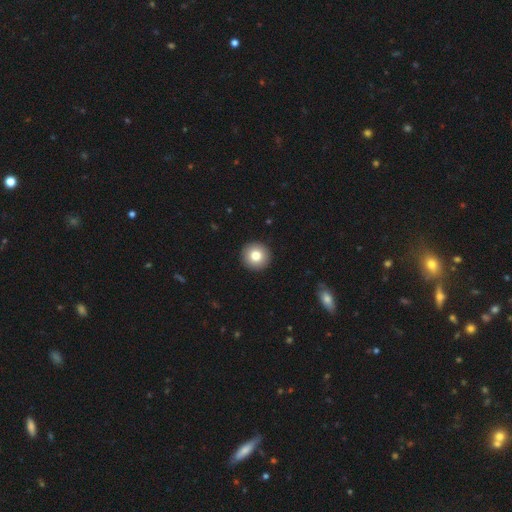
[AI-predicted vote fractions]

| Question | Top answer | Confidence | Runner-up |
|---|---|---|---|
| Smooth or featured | smooth | 81% | featured or disk (11%) |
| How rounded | round | 96% | in between (3%) |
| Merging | none | 94% | minor disturbance (4%) |